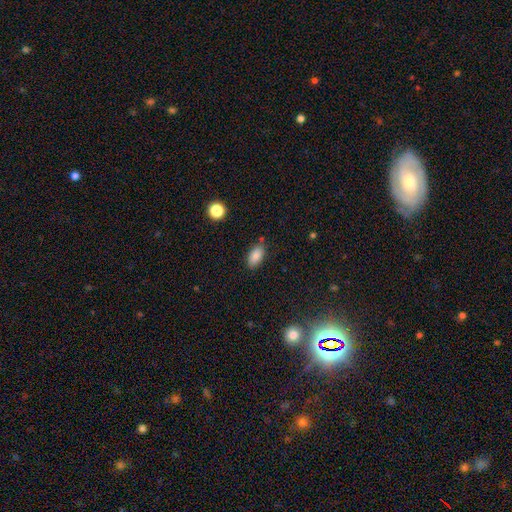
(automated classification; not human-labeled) This appears to be a smooth galaxy with no disk features (84%) that is in between round and cigar-shaped (90%). Merging: none (77%).